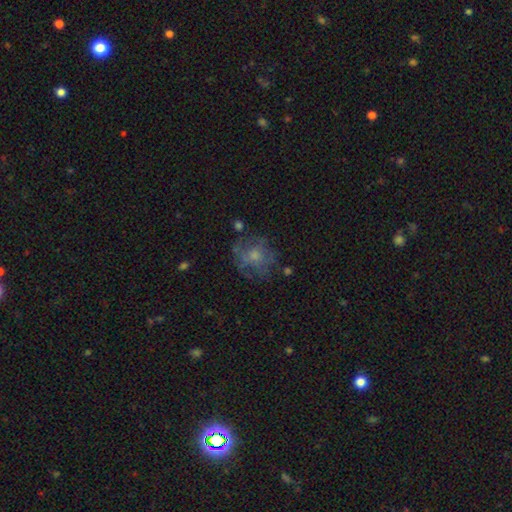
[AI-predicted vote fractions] smooth_or_featured: smooth (p=0.44) [alt: featured or disk p=0.43]
merging: none (p=0.58) [alt: minor disturbance p=0.20]